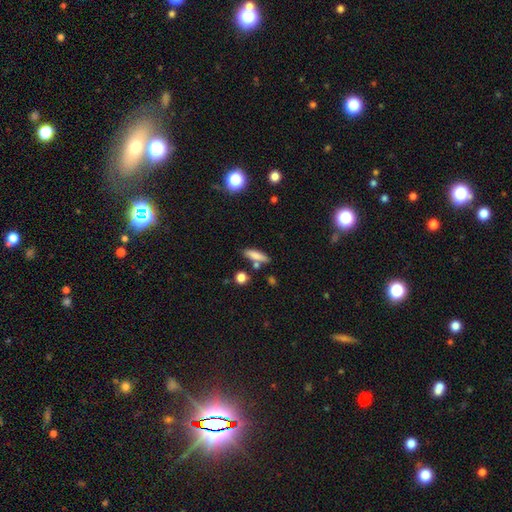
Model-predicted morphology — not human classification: A smooth galaxy with no disk features (78%) that is cigar-shaped (59%).

Vote fractions:
- Smooth or featured? smooth: 78% / featured or disk: 13% / star or artifact: 9%
- How rounded? cigar-shaped: 59% / in between: 36% / round: 5%
- Merging? none: 72% / minor disturbance: 14% / merger: 11% / major disturbance: 4%